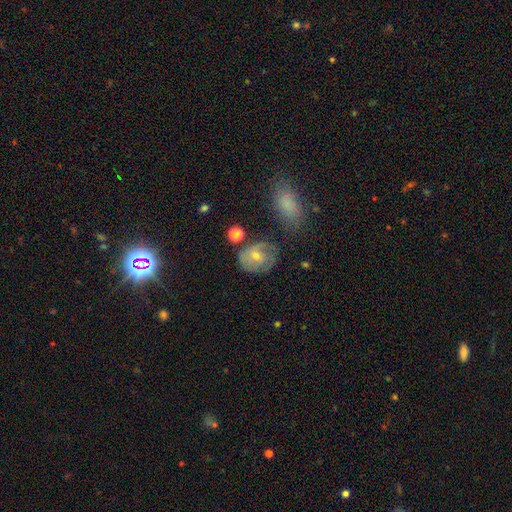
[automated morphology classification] type=featured or disk (59%); edge-on=no (96%); bar=no (68%); spiral arms=yes (81%); bulge=small (54%); merging=none (61%).